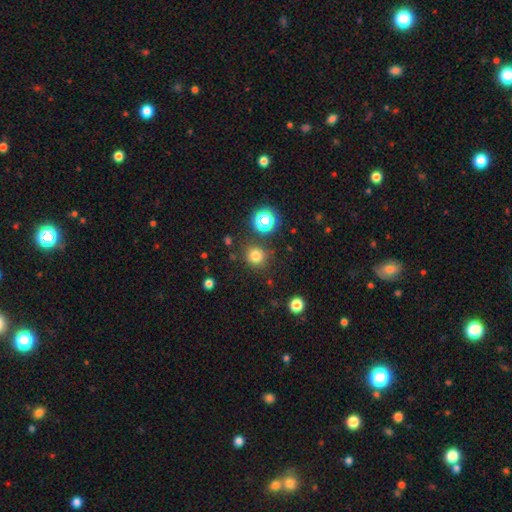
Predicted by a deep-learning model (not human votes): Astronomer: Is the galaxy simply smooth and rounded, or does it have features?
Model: smooth — 77%.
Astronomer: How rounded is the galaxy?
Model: round — 91%.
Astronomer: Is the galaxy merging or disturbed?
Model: none — 85%.